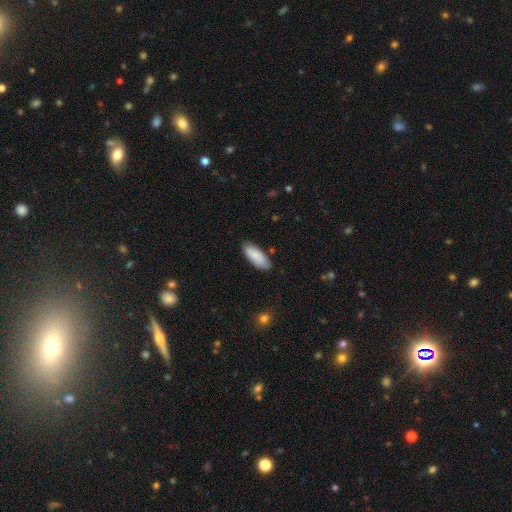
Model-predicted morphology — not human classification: smooth_or_featured: smooth (p=0.85) [alt: featured or disk p=0.09]
how_rounded: in between (p=0.78) [alt: cigar-shaped p=0.21]
merging: none (p=0.84) [alt: minor disturbance p=0.13]